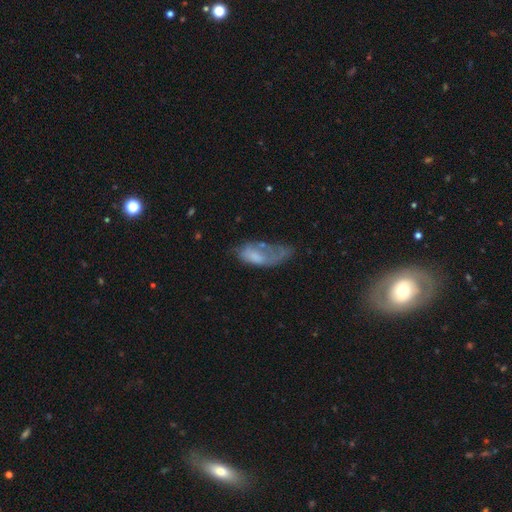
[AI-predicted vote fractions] This appears to be a smooth galaxy with no disk features (55%) that is in between round and cigar-shaped (86%). Merging: major disturbance (46%).